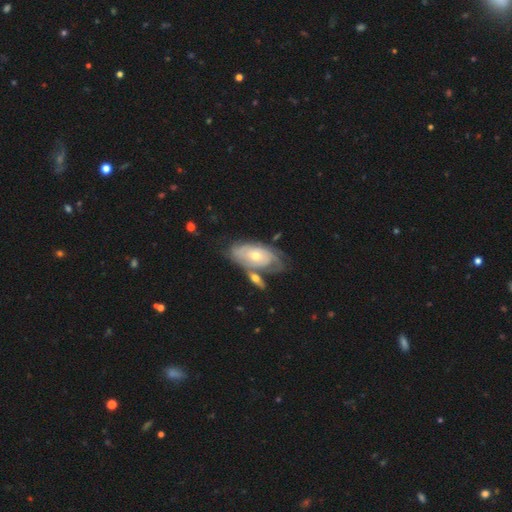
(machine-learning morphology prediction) featured or disk 69%, smooth 25%, star or artifact 6%. Down the decision tree: edge-on disk — no (91%); bar — no (84%); spiral arms — yes (74%); bulge size — moderate (53%); merging — none (50%).